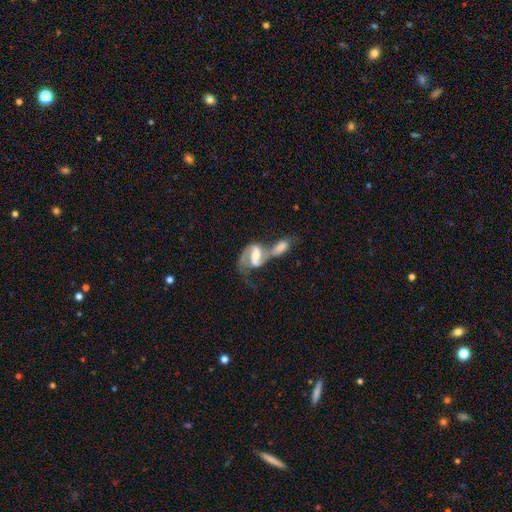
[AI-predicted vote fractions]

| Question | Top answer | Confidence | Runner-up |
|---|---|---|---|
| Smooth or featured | featured or disk | 83% | smooth (12%) |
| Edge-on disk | no | 97% | yes (3%) |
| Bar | weak | 42% | strong (40%) |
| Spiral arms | yes | 93% | no (7%) |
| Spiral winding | medium | 46% | loose (39%) |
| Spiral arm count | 2 | 81% | 1 (11%) |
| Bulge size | moderate | 52% | small (29%) |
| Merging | merger | 67% | none (15%) |